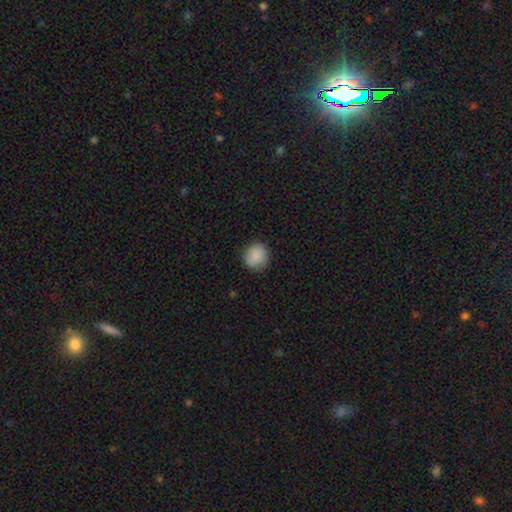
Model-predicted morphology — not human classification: This is clearly a smooth galaxy (88%). How rounded: clearly round (85%). Merging: clearly none (84%).